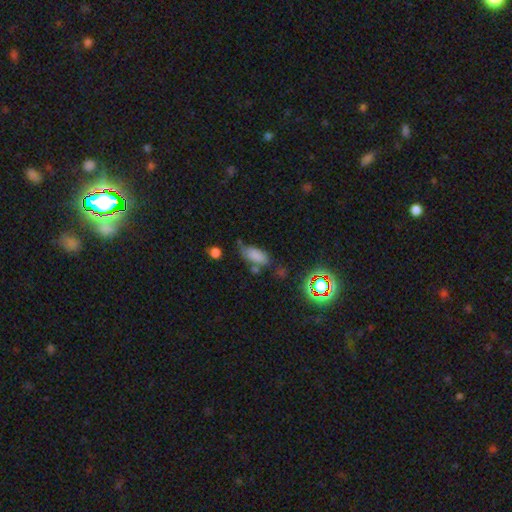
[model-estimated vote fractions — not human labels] Smooth or featured? Predicted: smooth (p=0.76). How rounded? Predicted: in between (p=0.85). Merging? Predicted: none (p=0.50).